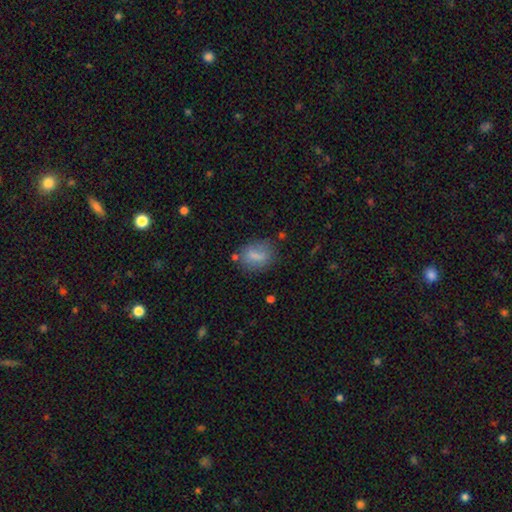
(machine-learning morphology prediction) smooth 72%, featured or disk 19%, star or artifact 9%. Down the decision tree: how rounded — in between (66%); merging — none (65%).